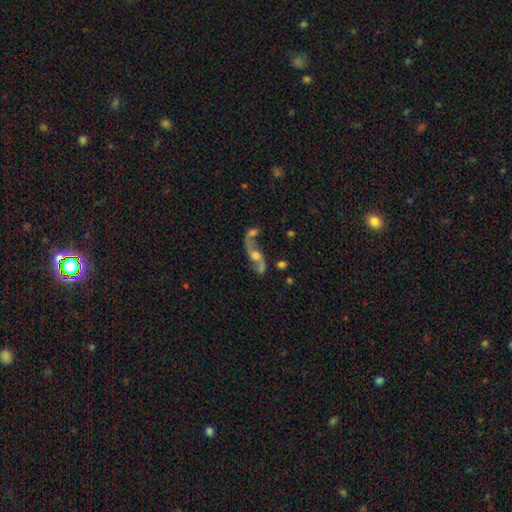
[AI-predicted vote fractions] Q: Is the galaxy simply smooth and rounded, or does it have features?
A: featured or disk — 81%.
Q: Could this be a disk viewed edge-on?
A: no — 88%.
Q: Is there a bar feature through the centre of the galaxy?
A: no — 60%.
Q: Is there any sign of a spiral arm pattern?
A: yes — 90%.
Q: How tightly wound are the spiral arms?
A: loose — 81%.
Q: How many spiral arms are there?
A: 2 — 90%.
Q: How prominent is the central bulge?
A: moderate — 56%.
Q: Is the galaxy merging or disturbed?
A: none — 46%.